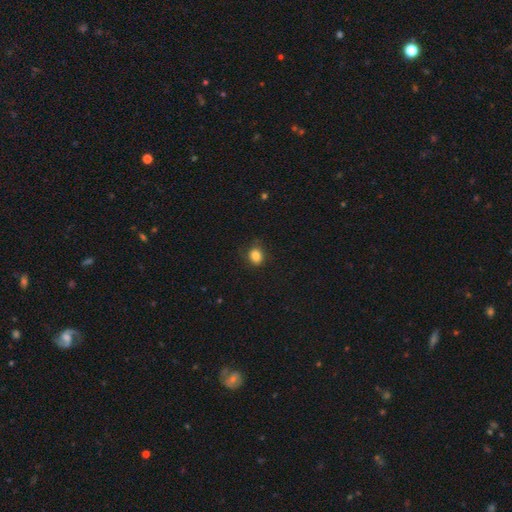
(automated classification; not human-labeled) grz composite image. It shows a smooth galaxy with no disk features (84%) that is round (55%). Merging: none (77%).